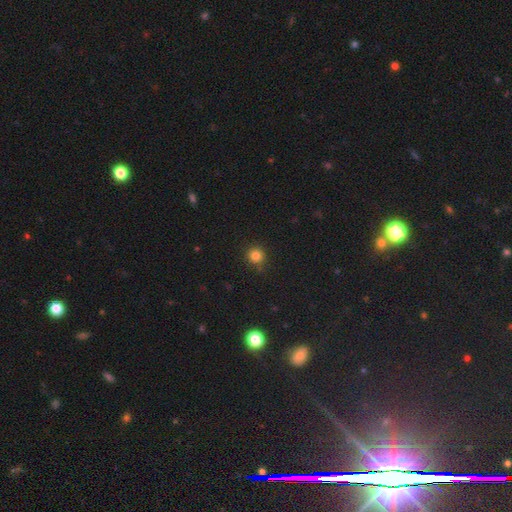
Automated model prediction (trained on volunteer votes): The model was most divided on "smooth or featured": smooth: 83%, star or artifact: 13%, featured or disk: 4%. More confident: how rounded — round (93%); merging — none (87%).